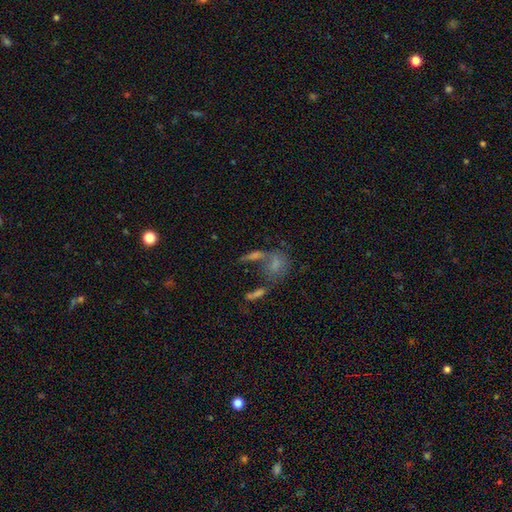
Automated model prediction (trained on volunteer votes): Morphology: type=smooth (45%); merging=merger (46%).